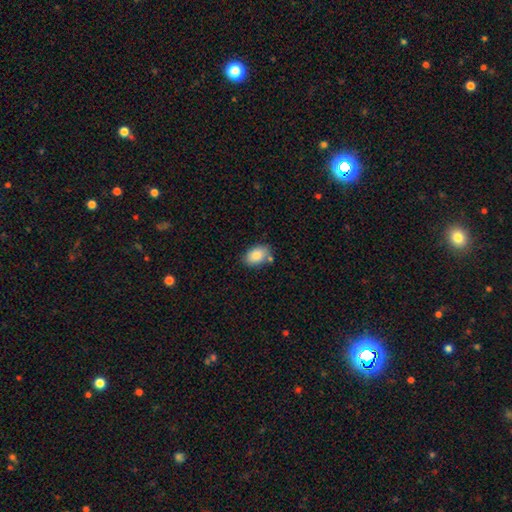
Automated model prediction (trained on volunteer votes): Q: Smooth or featured?
A: smooth (86%); runner-up: star or artifact (7%)
Q: How rounded?
A: in between (86%); runner-up: round (13%)
Q: Merging?
A: none (72%); runner-up: minor disturbance (17%)